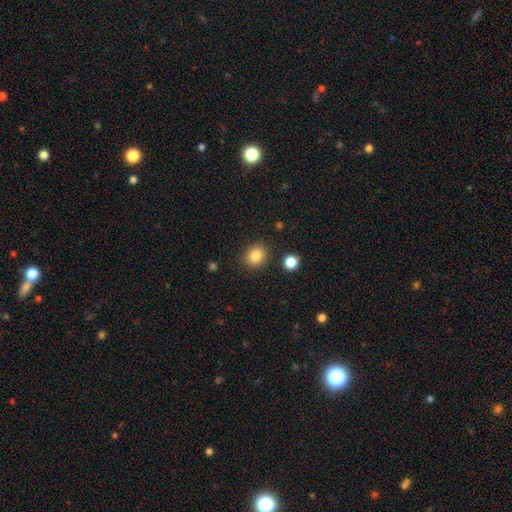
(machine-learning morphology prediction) Smooth or featured?
  - smooth: 84% *
  - star or artifact: 10%
  - featured or disk: 6%
How rounded?
  - round: 68% *
  - in between: 31%
  - cigar-shaped: 1%
Merging?
  - none: 87% *
  - minor disturbance: 8%
  - merger: 3%
  - major disturbance: 2%